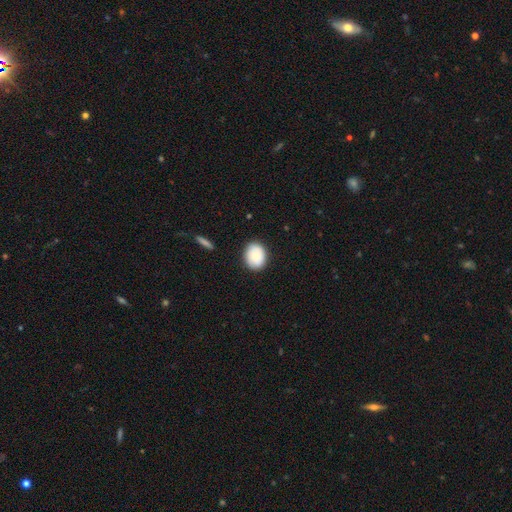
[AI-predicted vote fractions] Overall: smooth (76%). How rounded: round (51%; in between 48%). Merging: none (84%).